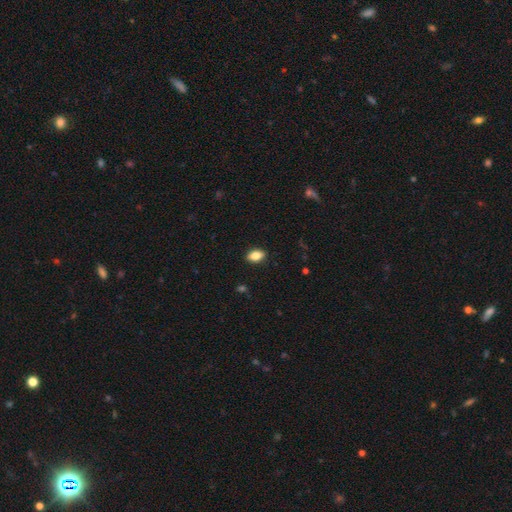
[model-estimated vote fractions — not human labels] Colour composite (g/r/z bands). It shows a smooth galaxy with no disk features (84%) that is in between round and cigar-shaped (89%). Merging: none (89%).